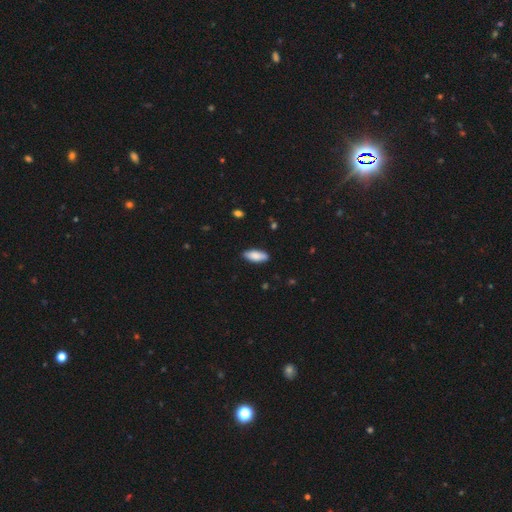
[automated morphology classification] Smooth or featured?
  - smooth: 85% *
  - featured or disk: 9%
  - star or artifact: 6%
How rounded?
  - in between: 76% *
  - cigar-shaped: 22%
  - round: 2%
Merging?
  - none: 87% *
  - minor disturbance: 10%
  - major disturbance: 2%
  - merger: 1%